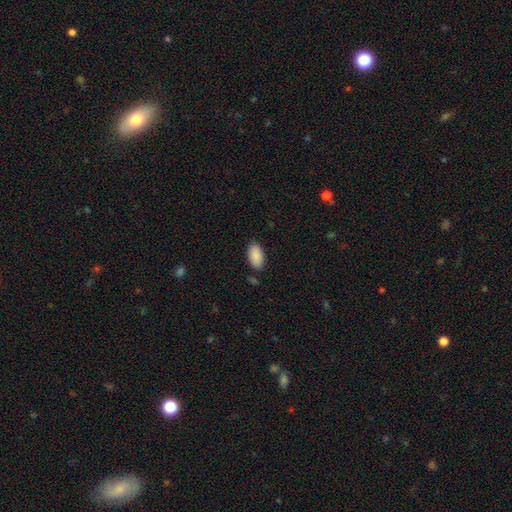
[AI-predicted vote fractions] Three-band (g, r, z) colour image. It shows a smooth galaxy with no disk features (90%) that is in between round and cigar-shaped (95%). Merging: none (85%).